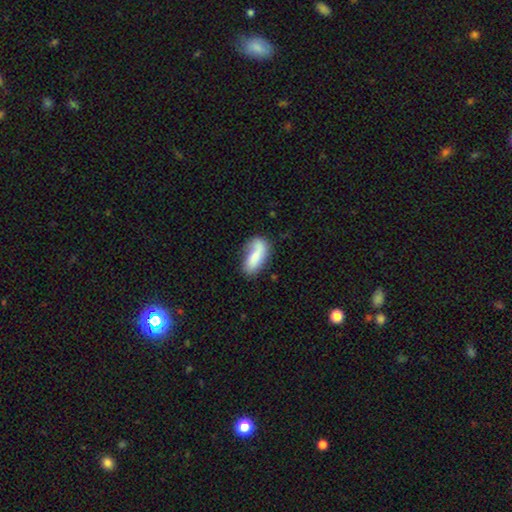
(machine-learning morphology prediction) Q: Smooth or featured?
A: smooth (67%); runner-up: featured or disk (26%)
Q: How rounded?
A: in between (81%); runner-up: cigar-shaped (16%)
Q: Merging?
A: none (52%); runner-up: minor disturbance (27%)